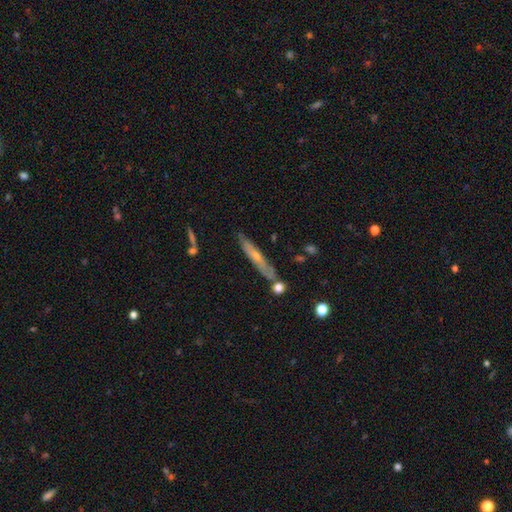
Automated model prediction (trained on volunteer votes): A featured or disk galaxy (58%) viewed edge-on (79%). Merging: none (76%).